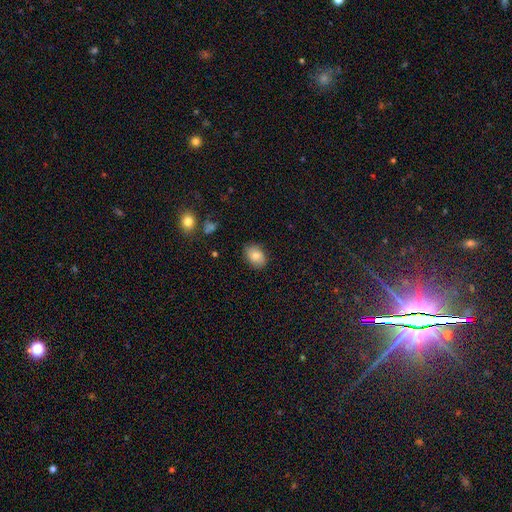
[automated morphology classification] A smooth galaxy with no disk features (80%) that is in between round and cigar-shaped (82%).

Vote fractions:
- Smooth or featured? smooth: 80% / featured or disk: 11% / star or artifact: 8%
- How rounded? in between: 82% / round: 17% / cigar-shaped: 1%
- Merging? none: 82% / minor disturbance: 14% / major disturbance: 3% / merger: 1%